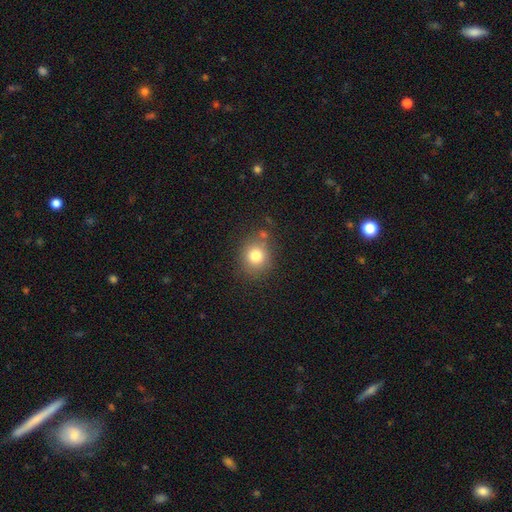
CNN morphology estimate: A smooth galaxy with no disk features (79%) that is round (83%).

Vote fractions:
- Smooth or featured? smooth: 79% / star or artifact: 12% / featured or disk: 9%
- How rounded? round: 83% / in between: 16% / cigar-shaped: 1%
- Merging? none: 75% / minor disturbance: 13% / merger: 7% / major disturbance: 4%